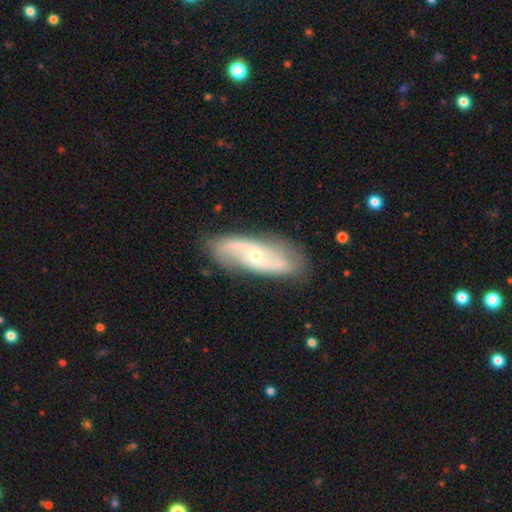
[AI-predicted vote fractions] Smooth or featured?
  - featured or disk: 77% *
  - smooth: 17%
  - star or artifact: 6%
Edge-on disk?
  - no: 89% *
  - yes: 11%
Bar?
  - no: 65% *
  - weak: 28%
  - strong: 7%
Spiral arms?
  - yes: 90% *
  - no: 10%
Spiral winding?
  - medium: 41% *
  - loose: 34%
  - tight: 25%
Spiral arm count?
  - 2: 75% *
  - can't tell: 14%
  - 1: 4%
  - 3: 4%
  - 4: 2%
  - more than 4: 1%
Bulge size?
  - small: 58% *
  - moderate: 39%
  - large: 2%
  - none: 1%
  - dominant: 1%
Merging?
  - none: 78% *
  - minor disturbance: 16%
  - major disturbance: 5%
  - merger: 2%